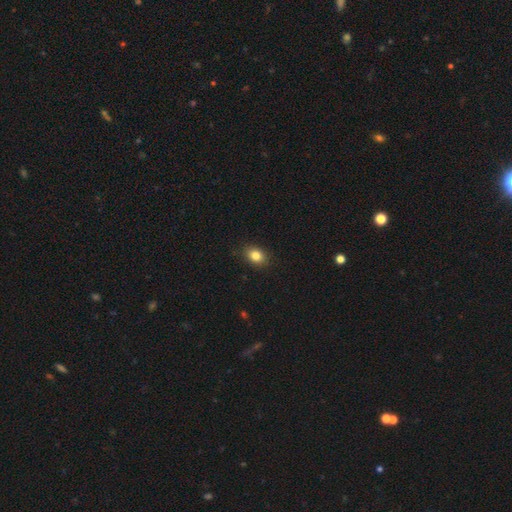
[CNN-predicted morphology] Overall: smooth (83%). How rounded: in between (60%; round 39%). Merging: none (87%).